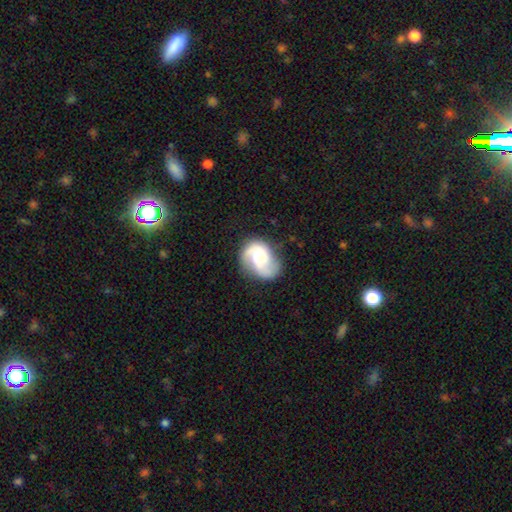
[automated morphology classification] Smooth or featured?
  - featured or disk: 72% *
  - smooth: 21%
  - star or artifact: 6%
Edge-on disk?
  - no: 98% *
  - yes: 2%
Bar?
  - no: 55% *
  - weak: 37%
  - strong: 8%
Spiral arms?
  - yes: 94% *
  - no: 6%
Spiral winding?
  - medium: 47% *
  - loose: 32%
  - tight: 21%
Spiral arm count?
  - 2: 84% *
  - can't tell: 6%
  - 1: 5%
  - 3: 3%
  - 4: 1%
  - more than 4: 1%
Bulge size?
  - moderate: 37% *
  - small: 24%
  - large: 21%
  - none: 14%
  - dominant: 4%
Merging?
  - none: 64% *
  - minor disturbance: 23%
  - major disturbance: 11%
  - merger: 2%